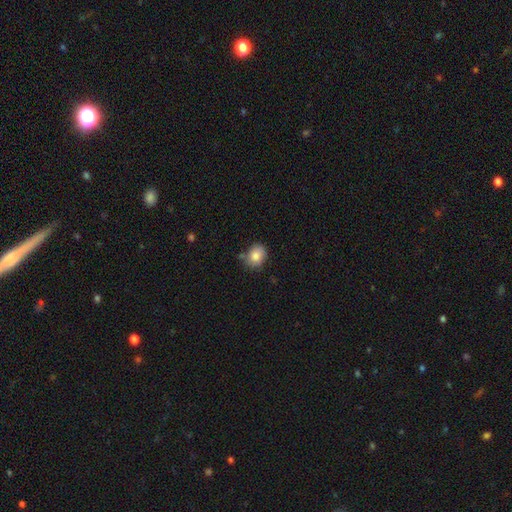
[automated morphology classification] smooth-or-featured: smooth: 83% | star or artifact: 9% | featured or disk: 8%
  how-rounded: round: 58% | in between: 41% | cigar-shaped: 1%
  merging: none: 68% | minor disturbance: 21% | merger: 6% | major disturbance: 4%